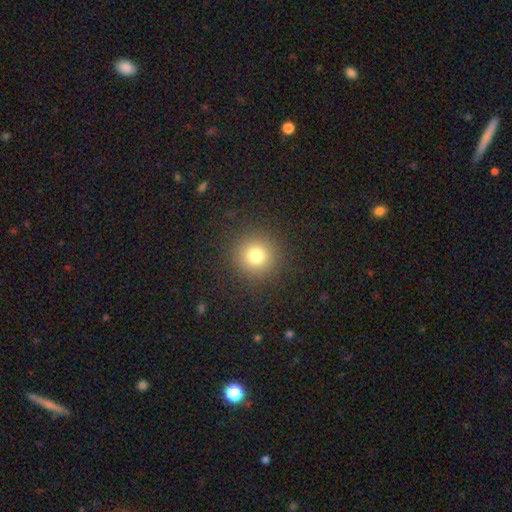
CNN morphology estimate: smooth 77%, star or artifact 15%, featured or disk 8%. Down the decision tree: how rounded — round (95%); merging — none (90%).